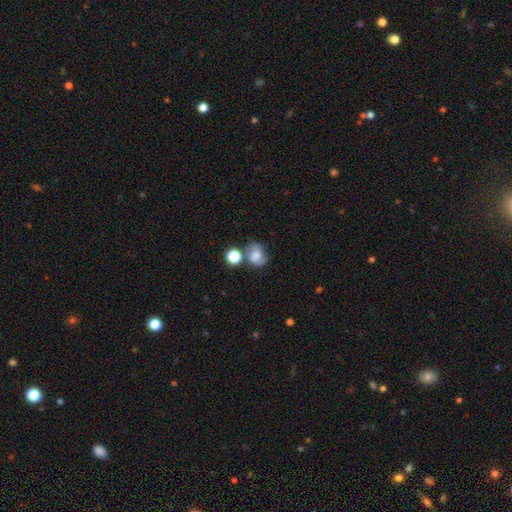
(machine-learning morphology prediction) A smooth galaxy with no disk features (64%) that is round (58%). Merging: none (50%).